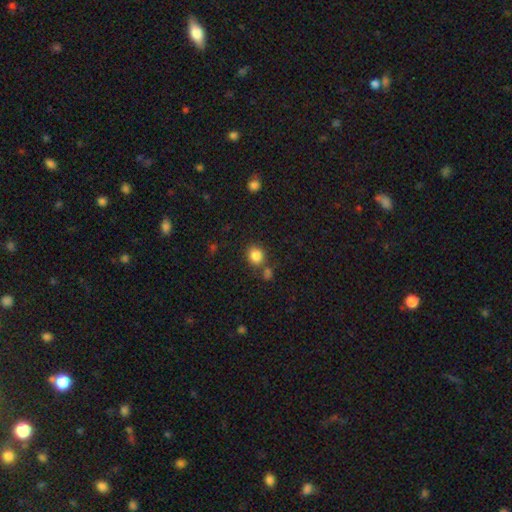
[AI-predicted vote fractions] This is clearly a smooth galaxy (85%). How rounded: clearly round (81%). Merging: likely none (73%).